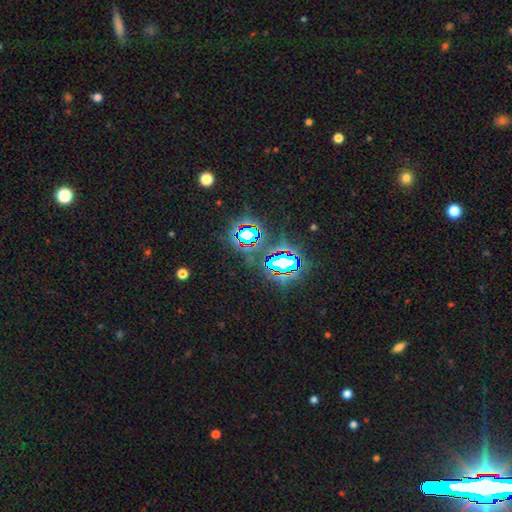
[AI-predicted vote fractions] smooth_or_featured: star or artifact (p=0.78) [alt: smooth p=0.14]